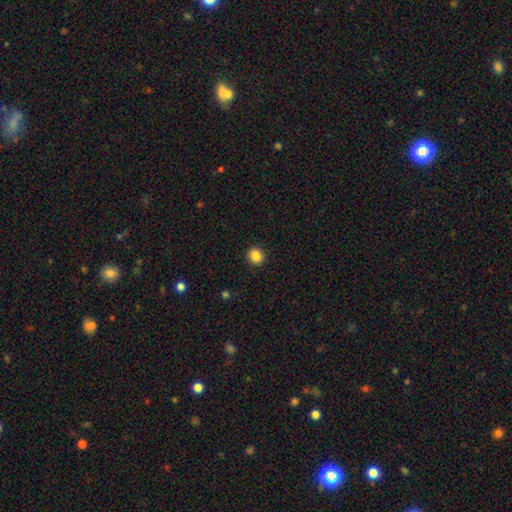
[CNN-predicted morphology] Smooth or featured?
  - smooth: 86% *
  - star or artifact: 10%
  - featured or disk: 4%
How rounded?
  - round: 90% *
  - in between: 9%
  - cigar-shaped: 1%
Merging?
  - none: 92% *
  - minor disturbance: 5%
  - major disturbance: 2%
  - merger: 1%